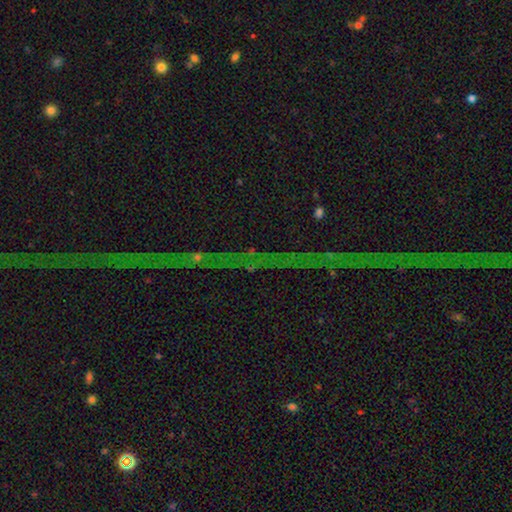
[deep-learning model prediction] smooth_or_featured: star or artifact (p=0.81) [alt: featured or disk p=0.12]